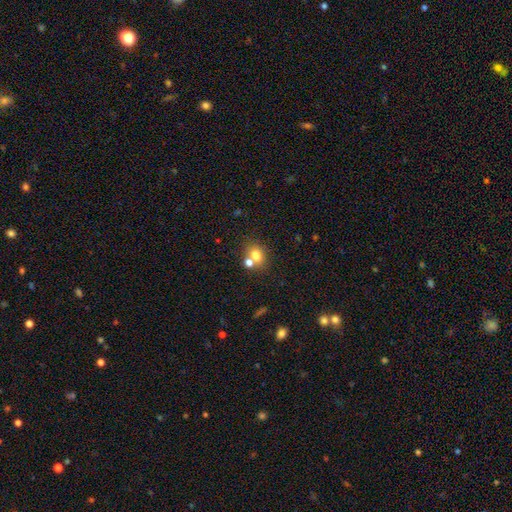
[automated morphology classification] smooth 74%, star or artifact 14%, featured or disk 12%. Down the decision tree: how rounded — round (60%); merging — none (53%).